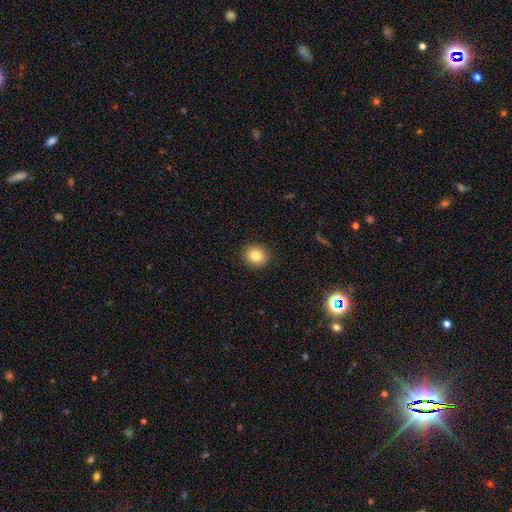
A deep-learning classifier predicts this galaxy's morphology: Smooth or featured?
  - smooth: 83% *
  - star or artifact: 10%
  - featured or disk: 6%
How rounded?
  - round: 80% *
  - in between: 19%
  - cigar-shaped: 1%
Merging?
  - none: 91% *
  - minor disturbance: 6%
  - major disturbance: 2%
  - merger: 1%